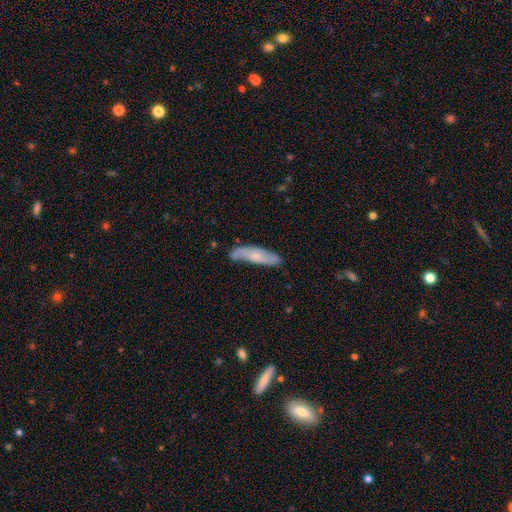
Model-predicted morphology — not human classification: Smooth or featured? smooth (50%)
Merging? none (67%)